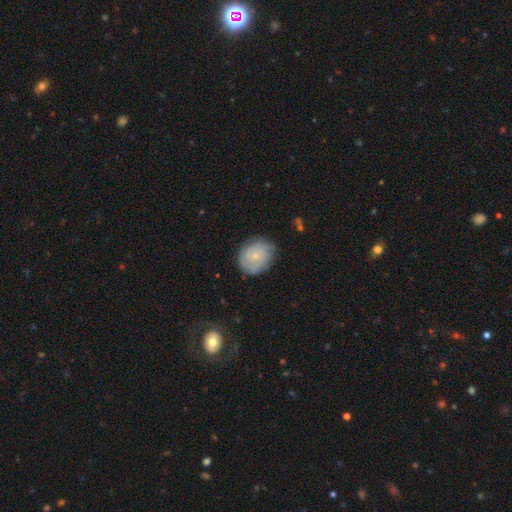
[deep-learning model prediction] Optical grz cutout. It shows a featured or disk galaxy (62%) with no bar (77%), tight (71%) spiral arms (88%) and a small central bulge (78%). Merging: none (77%).